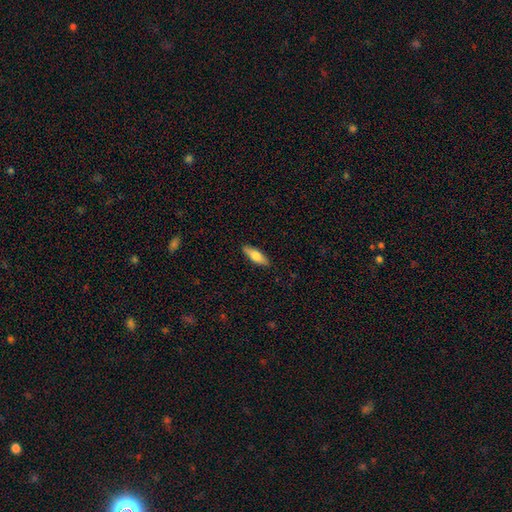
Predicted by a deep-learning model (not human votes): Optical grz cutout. It shows a smooth galaxy with no disk features (68%) that is in between round and cigar-shaped (55%). Merging: none (89%).